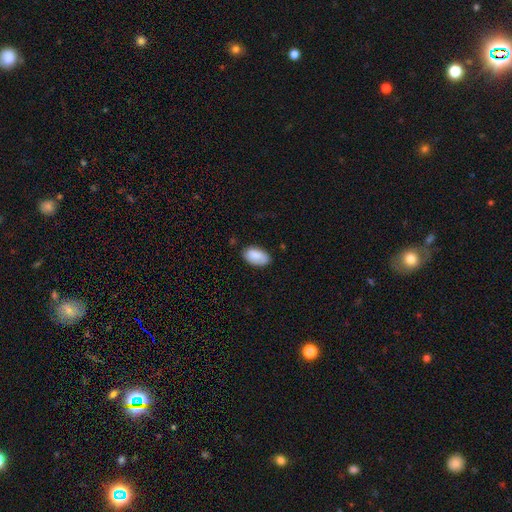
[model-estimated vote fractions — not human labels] smooth 87%, featured or disk 7%, star or artifact 6%. Down the decision tree: how rounded — in between (95%); merging — none (77%).